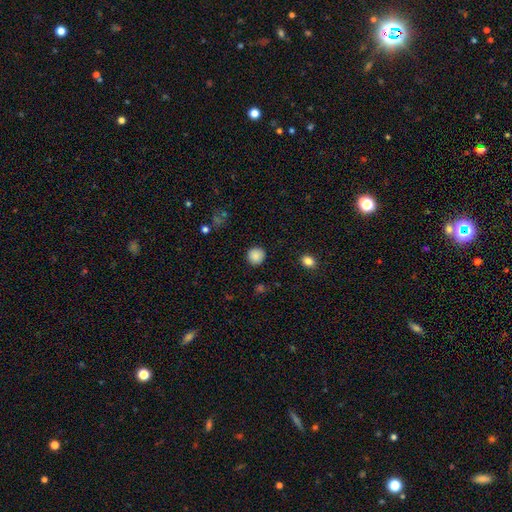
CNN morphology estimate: smooth-or-featured: smooth: 87% | star or artifact: 9% | featured or disk: 4%
  how-rounded: round: 93% | in between: 6% | cigar-shaped: 1%
  merging: none: 91% | minor disturbance: 6% | major disturbance: 2% | merger: 1%